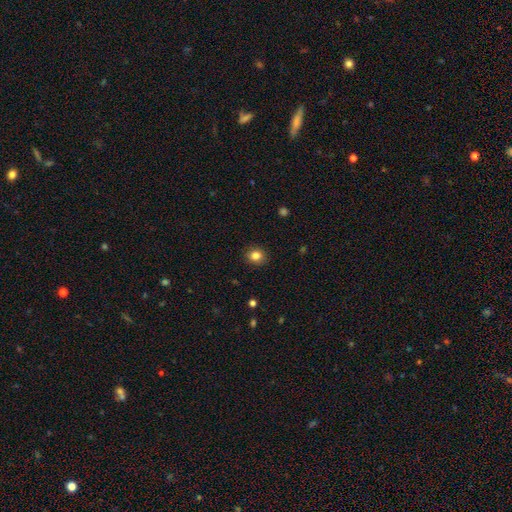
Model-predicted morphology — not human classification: Overall: smooth (84%). How rounded: round (68%; in between 31%). Merging: none (89%).